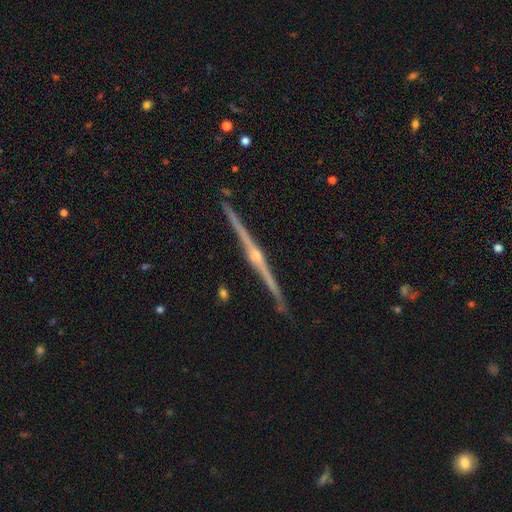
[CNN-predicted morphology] Smooth or featured? Predicted: featured or disk (p=0.91). Edge-on disk? Predicted: yes (p=0.99). Edge-on bulge? Predicted: rounded (p=0.89). Merging? Predicted: none (p=0.92).